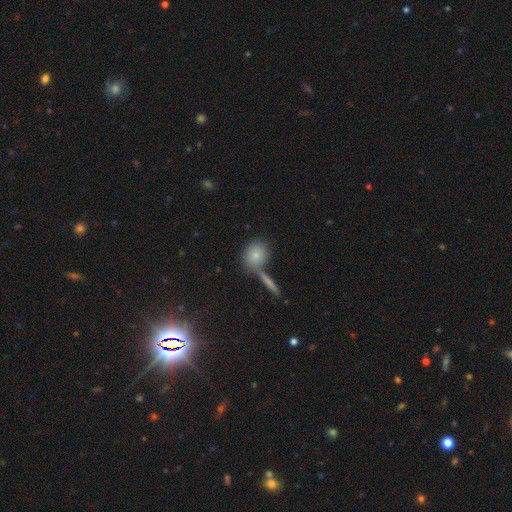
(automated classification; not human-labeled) Smooth or featured?
  - smooth: 79% *
  - featured or disk: 12%
  - star or artifact: 9%
How rounded?
  - round: 71% *
  - in between: 25%
  - cigar-shaped: 4%
Merging?
  - none: 63% *
  - merger: 23%
  - minor disturbance: 10%
  - major disturbance: 4%